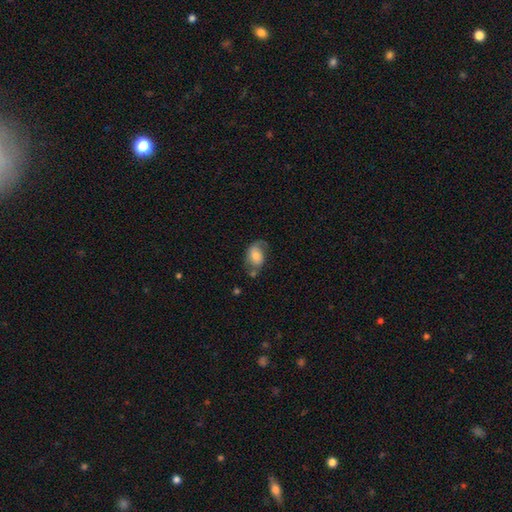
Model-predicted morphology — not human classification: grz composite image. It shows a smooth galaxy with no disk features (59%) that is in between round and cigar-shaped (80%). Merging: none (46%).